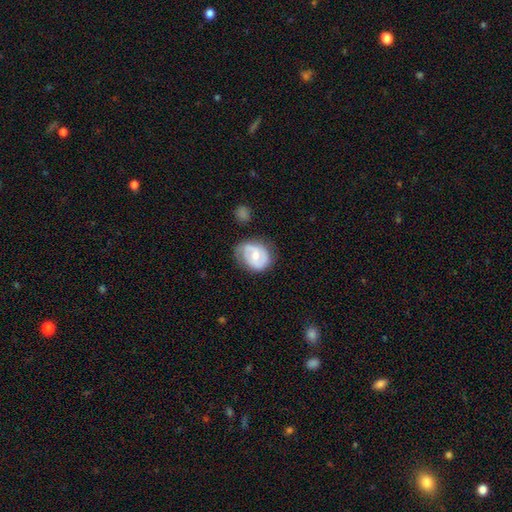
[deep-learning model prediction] The model was most divided on "bar": no: 48%, weak: 40%, strong: 11%. More confident: edge-on disk — no (97%); spiral arms — yes (71%); bulge size — moderate (65%); merging — none (60%); smooth or featured — featured or disk (60%).